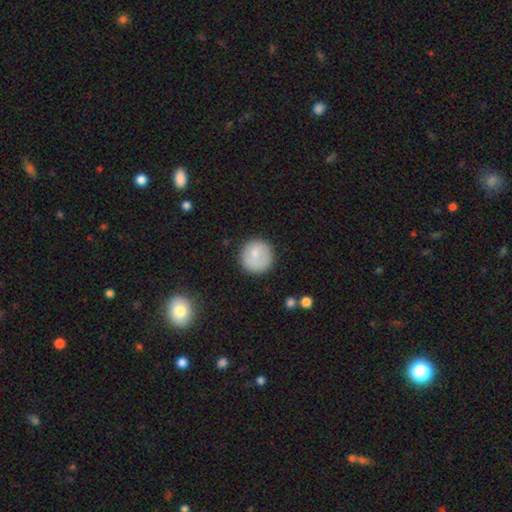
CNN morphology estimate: The model was most divided on "smooth or featured": smooth: 78%, featured or disk: 15%, star or artifact: 7%. More confident: how rounded — round (95%); merging — none (85%).